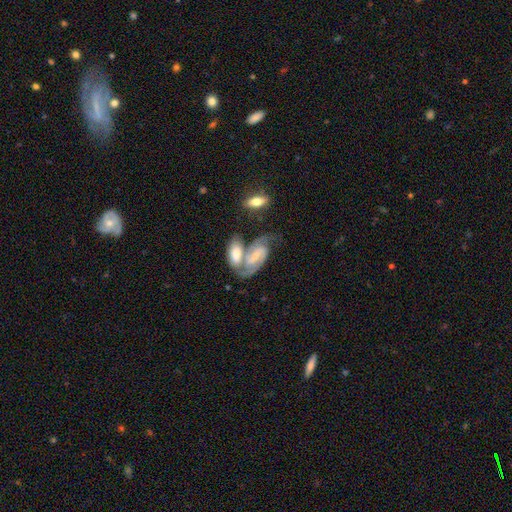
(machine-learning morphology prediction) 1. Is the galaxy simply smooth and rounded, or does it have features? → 76% featured or disk, 18% smooth, 6% star or artifact.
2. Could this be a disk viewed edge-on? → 95% no, 5% yes.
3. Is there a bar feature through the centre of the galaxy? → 43% weak, 30% no, 27% strong.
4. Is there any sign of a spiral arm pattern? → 94% yes, 6% no.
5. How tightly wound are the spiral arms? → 51% medium, 31% tight, 18% loose.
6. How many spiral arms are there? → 86% 2, 6% can't tell, 3% 1, 3% 3, 1% 4, 1% more than 4.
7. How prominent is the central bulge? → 52% small, 24% moderate, 17% none, 4% large, 2% dominant.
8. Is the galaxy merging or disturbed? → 51% merger, 30% none, 12% minor disturbance, 7% major disturbance.